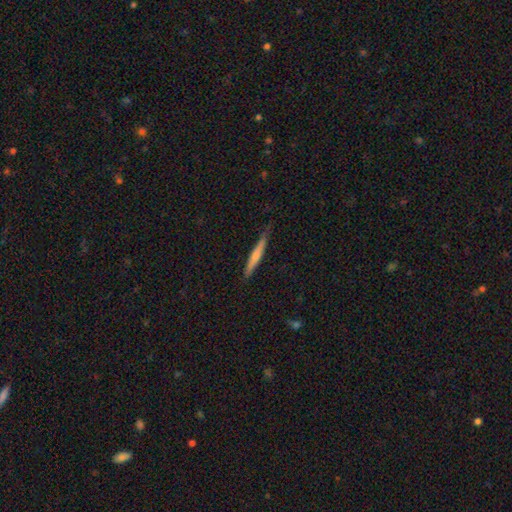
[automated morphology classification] The model was most divided on "smooth or featured": smooth: 57%, featured or disk: 38%, star or artifact: 5%. More confident: how rounded — cigar-shaped (94%); merging — none (80%).